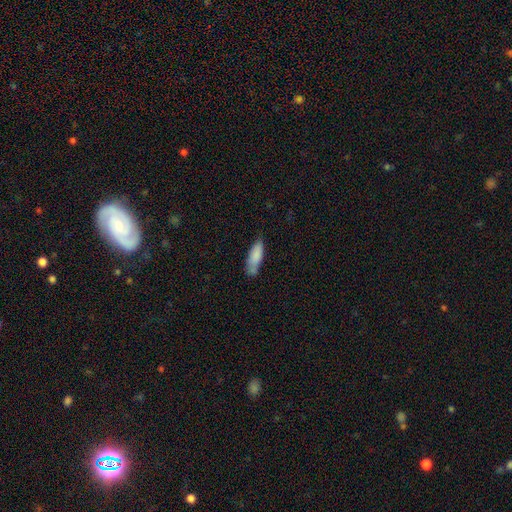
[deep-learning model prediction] A smooth galaxy with no disk features (84%) that is in between round and cigar-shaped (61%).

Vote fractions:
- Smooth or featured? smooth: 84% / featured or disk: 10% / star or artifact: 6%
- How rounded? in between: 61% / cigar-shaped: 38% / round: 2%
- Merging? none: 60% / minor disturbance: 28% / merger: 7% / major disturbance: 6%